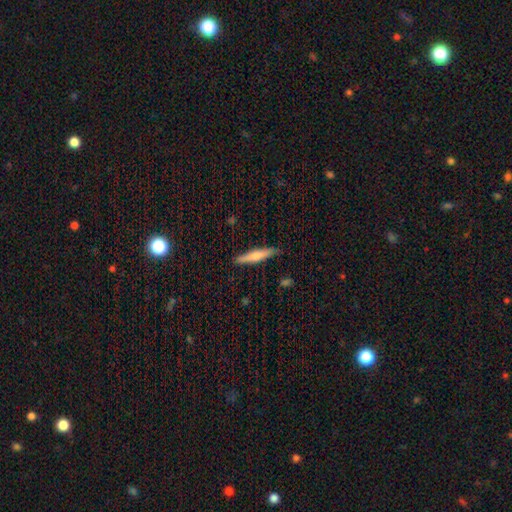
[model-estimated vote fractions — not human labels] Q: Smooth or featured?
A: smooth (55%); runner-up: featured or disk (39%)
Q: How rounded?
A: cigar-shaped (92%); runner-up: in between (6%)
Q: Merging?
A: none (89%); runner-up: minor disturbance (8%)